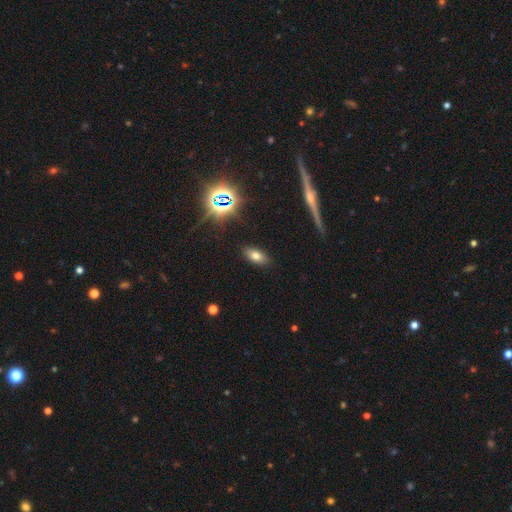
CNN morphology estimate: Smooth or featured? smooth (69%)
How rounded? in between (88%)
Merging? none (88%)